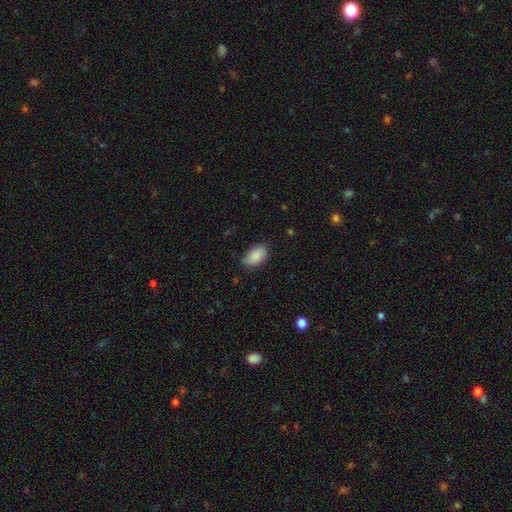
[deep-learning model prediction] smooth 89%, star or artifact 7%, featured or disk 4%. Down the decision tree: how rounded — in between (93%); merging — none (79%).